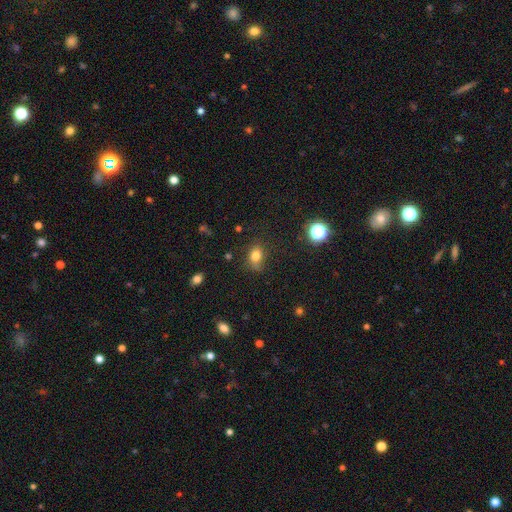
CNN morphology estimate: This appears to be a smooth galaxy with no disk features (79%) that is in between round and cigar-shaped (62%). Merging: none (67%).